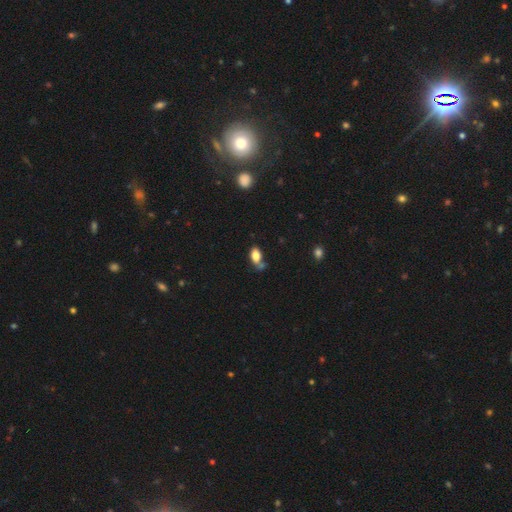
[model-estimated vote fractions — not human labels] Morphology: type=smooth (80%); roundness=in between (88%); merging=none (48%).